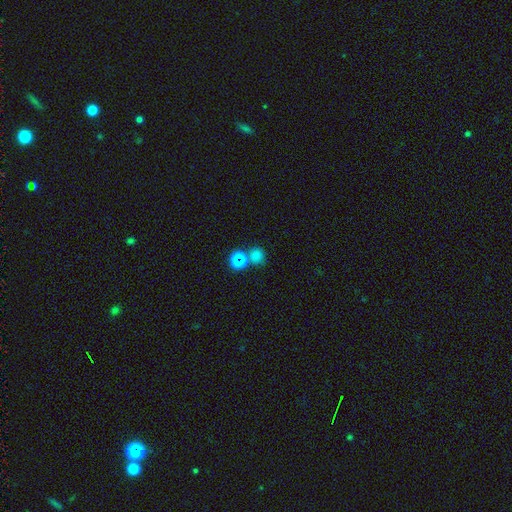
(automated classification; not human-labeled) smooth 68%, star or artifact 26%, featured or disk 6%. Down the decision tree: how rounded — round (79%); merging — none (62%).